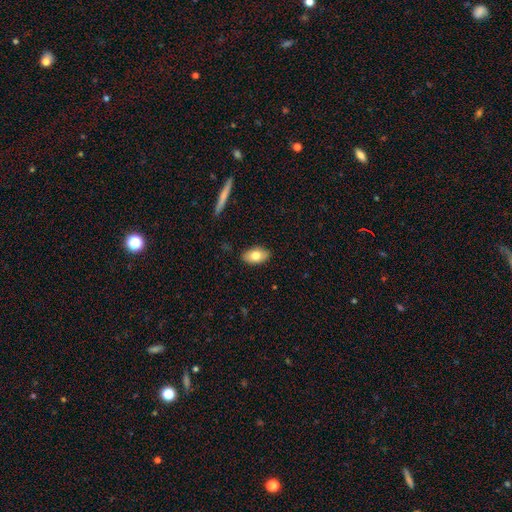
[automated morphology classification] Smooth or featured? smooth (77%)
How rounded? in between (93%)
Merging? none (87%)